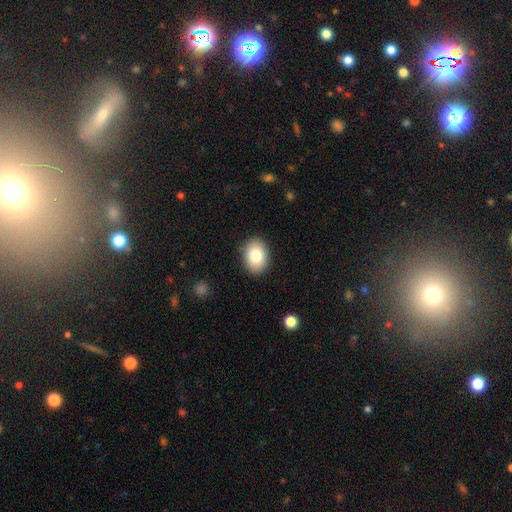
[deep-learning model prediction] smooth_or_featured: smooth (p=0.83) [alt: featured or disk p=0.09]
how_rounded: in between (p=0.79) [alt: round p=0.20]
merging: none (p=0.89) [alt: minor disturbance p=0.08]